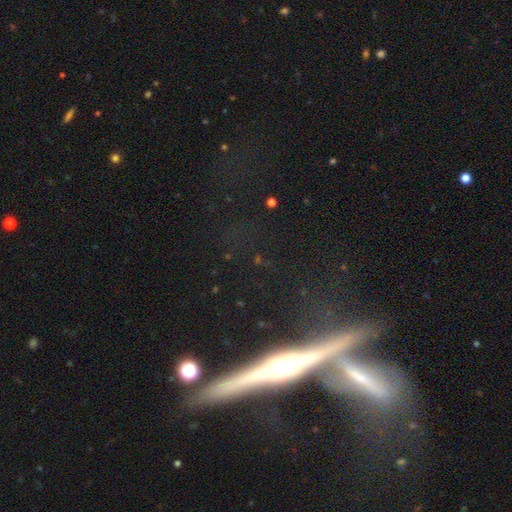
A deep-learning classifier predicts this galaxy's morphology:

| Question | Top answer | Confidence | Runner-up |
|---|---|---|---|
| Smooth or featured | featured or disk | 81% | smooth (10%) |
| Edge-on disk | yes | 95% | no (5%) |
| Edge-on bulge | rounded | 86% | none (8%) |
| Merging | none | 61% | merger (19%) |